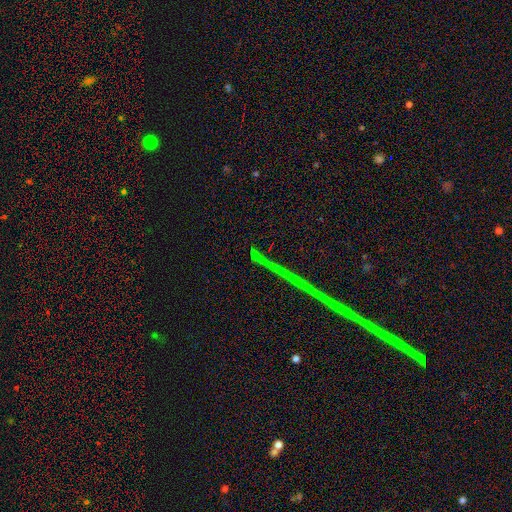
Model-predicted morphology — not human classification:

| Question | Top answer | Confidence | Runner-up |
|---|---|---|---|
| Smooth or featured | star or artifact | 78% | featured or disk (11%) |